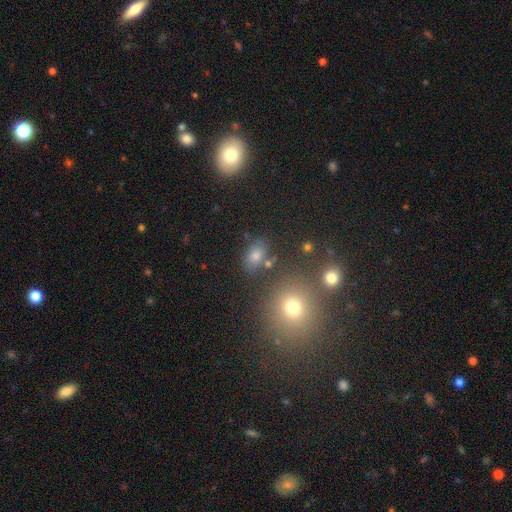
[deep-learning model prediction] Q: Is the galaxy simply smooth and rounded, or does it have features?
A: smooth — 52%.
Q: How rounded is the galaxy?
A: round — 51%.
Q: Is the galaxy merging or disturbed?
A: none — 76%.